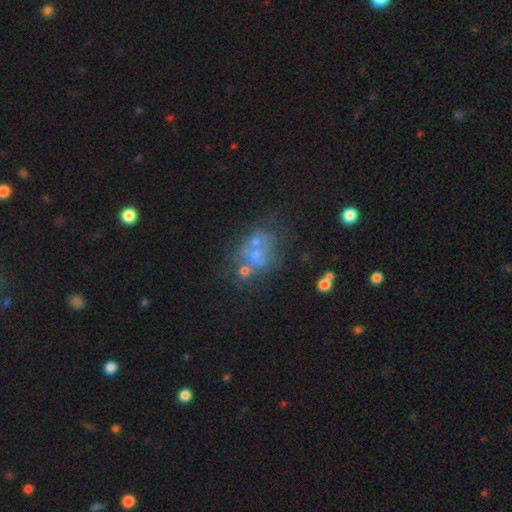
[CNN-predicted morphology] smooth_or_featured: featured or disk (p=0.47) [alt: smooth p=0.33]
merging: none (p=0.36) [alt: merger p=0.30]